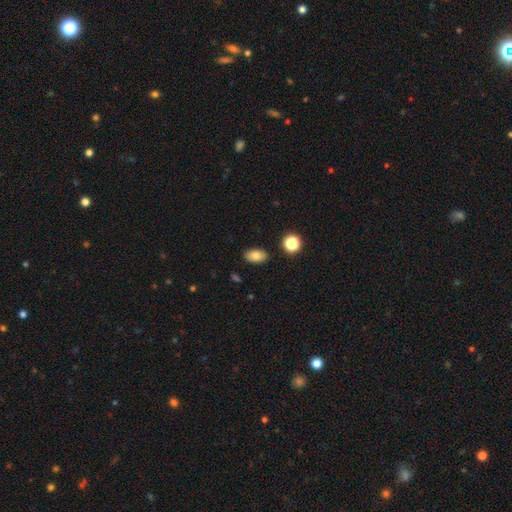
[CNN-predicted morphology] Smooth or featured? Predicted: smooth (p=0.80). How rounded? Predicted: in between (p=0.90). Merging? Predicted: none (p=0.88).